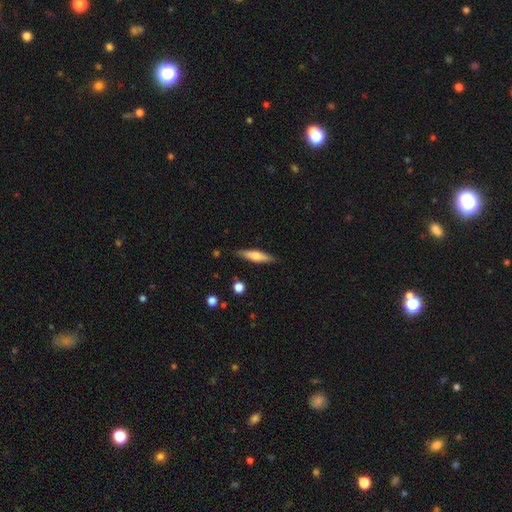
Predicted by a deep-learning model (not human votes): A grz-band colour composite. It shows a smooth galaxy with no disk features (52%) that is cigar-shaped (77%). Merging: none (86%).